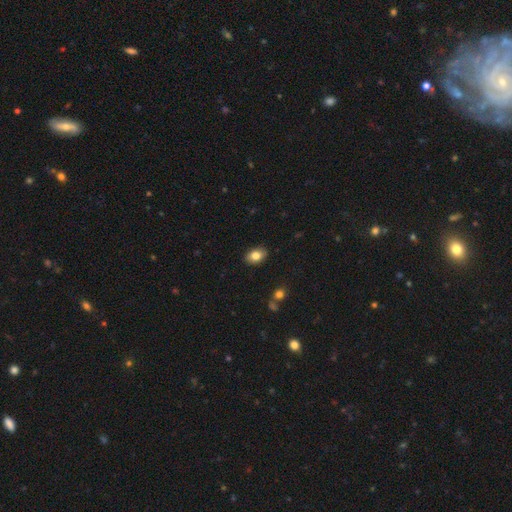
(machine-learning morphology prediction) type=smooth (82%); roundness=in between (85%); merging=none (87%).